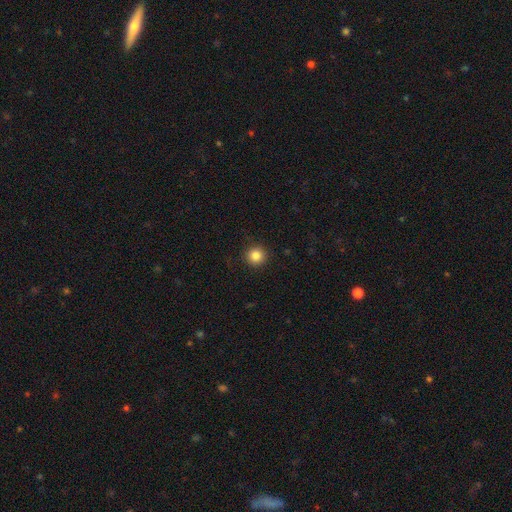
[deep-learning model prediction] Q: Smooth or featured?
A: smooth (85%); runner-up: star or artifact (11%)
Q: How rounded?
A: round (95%); runner-up: in between (4%)
Q: Merging?
A: none (91%); runner-up: minor disturbance (6%)